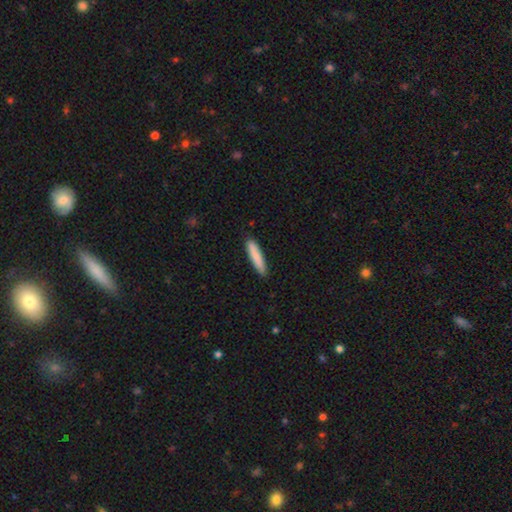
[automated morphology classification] This appears to be a smooth galaxy with no disk features (85%) that is cigar-shaped (87%). Merging: none (88%).